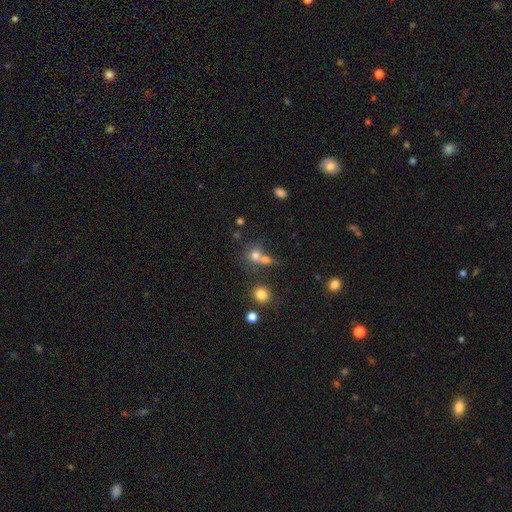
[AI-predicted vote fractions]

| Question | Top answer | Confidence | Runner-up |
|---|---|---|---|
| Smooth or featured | smooth | 72% | star or artifact (15%) |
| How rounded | round | 77% | in between (22%) |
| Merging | merger | 47% | none (38%) |